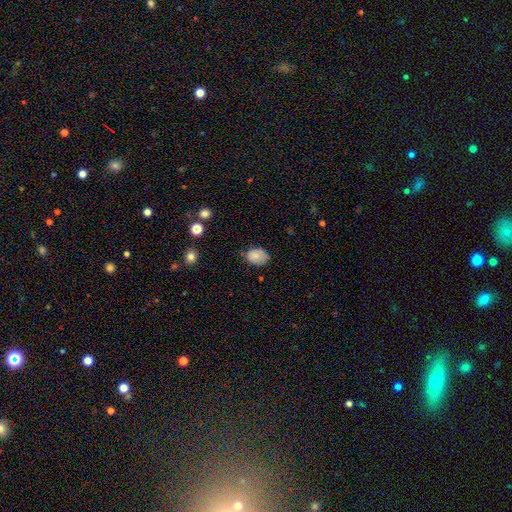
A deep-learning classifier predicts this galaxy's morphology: This is clearly a smooth galaxy (81%). How rounded: likely in between (72%). Merging: likely none (66%).